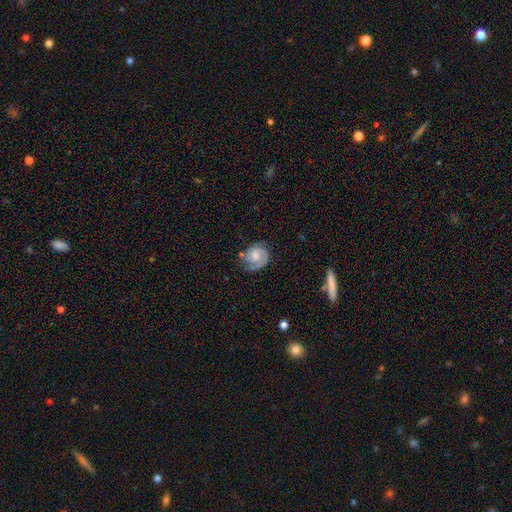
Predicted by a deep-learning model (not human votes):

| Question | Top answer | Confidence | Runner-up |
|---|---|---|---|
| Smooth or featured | featured or disk | 78% | smooth (16%) |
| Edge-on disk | no | 98% | yes (2%) |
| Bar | no | 62% | weak (32%) |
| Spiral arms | yes | 96% | no (4%) |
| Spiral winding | tight | 60% | medium (32%) |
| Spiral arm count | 2 | 60% | 1 (26%) |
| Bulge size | moderate | 44% | small (37%) |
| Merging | none | 68% | minor disturbance (20%) |